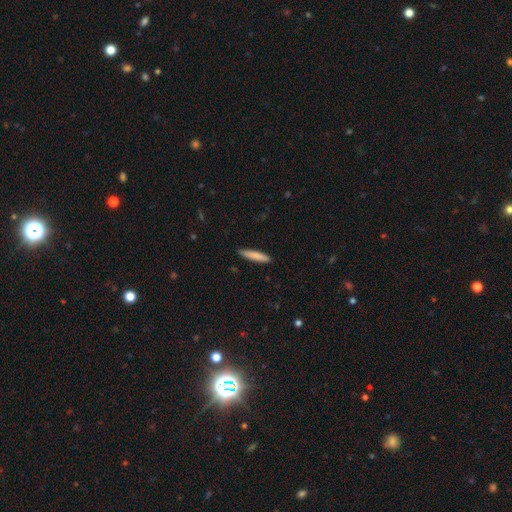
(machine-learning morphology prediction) Smooth or featured? Predicted: smooth (p=0.83). How rounded? Predicted: cigar-shaped (p=0.90). Merging? Predicted: none (p=0.89).